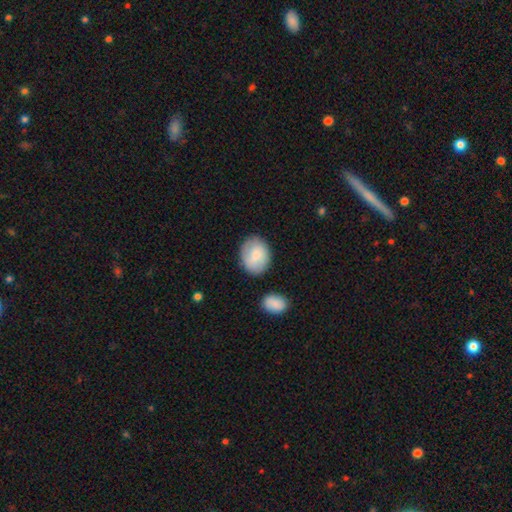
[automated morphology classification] Smooth or featured?
  - smooth: 76% *
  - featured or disk: 18%
  - star or artifact: 6%
How rounded?
  - in between: 61% *
  - round: 38%
  - cigar-shaped: 1%
Merging?
  - none: 76% *
  - minor disturbance: 15%
  - merger: 5%
  - major disturbance: 4%